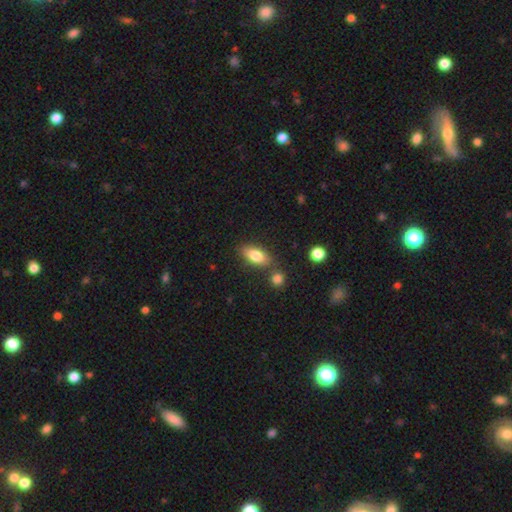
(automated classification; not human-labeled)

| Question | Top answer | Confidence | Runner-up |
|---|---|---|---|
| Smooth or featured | smooth | 80% | featured or disk (13%) |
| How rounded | in between | 85% | cigar-shaped (10%) |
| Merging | none | 74% | minor disturbance (12%) |